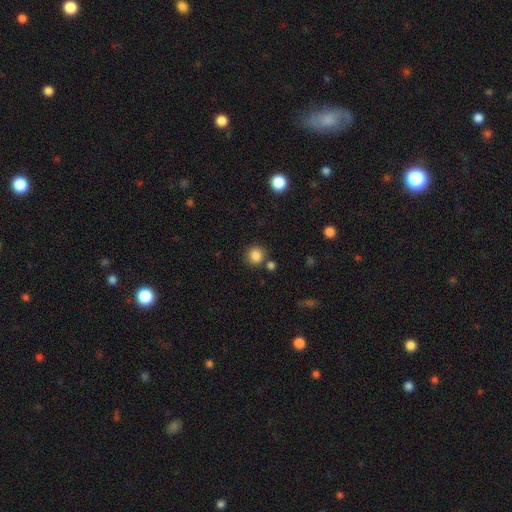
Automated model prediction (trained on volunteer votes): smooth_or_featured: smooth (p=0.85) [alt: star or artifact p=0.11]
how_rounded: round (p=0.86) [alt: in between p=0.13]
merging: none (p=0.77) [alt: minor disturbance p=0.10]